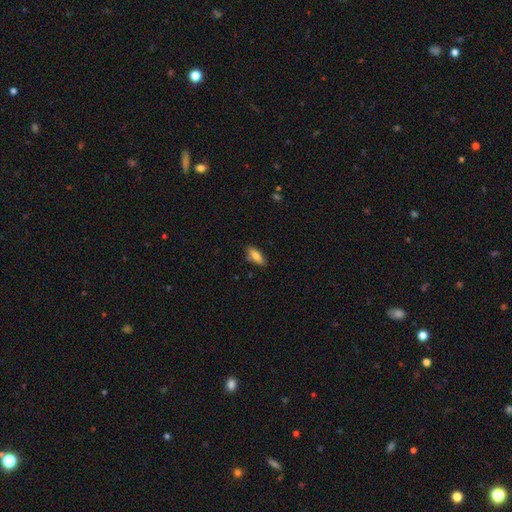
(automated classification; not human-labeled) Smooth or featured? Predicted: smooth (p=0.78). How rounded? Predicted: in between (p=0.75). Merging? Predicted: none (p=0.82).